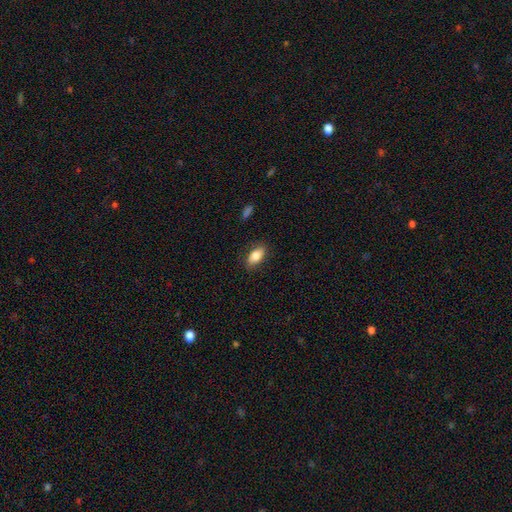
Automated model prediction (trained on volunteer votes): smooth-or-featured: smooth: 82% | featured or disk: 12% | star or artifact: 7%
  how-rounded: in between: 88% | cigar-shaped: 8% | round: 4%
  merging: none: 84% | minor disturbance: 12% | major disturbance: 3% | merger: 1%